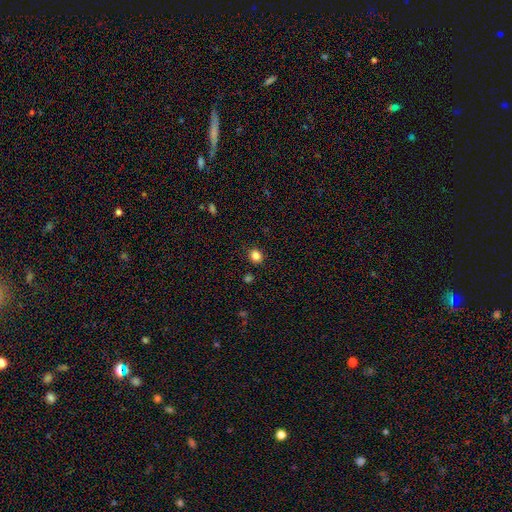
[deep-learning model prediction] smooth 84%, star or artifact 12%, featured or disk 4%. Down the decision tree: how rounded — round (76%); merging — none (89%).